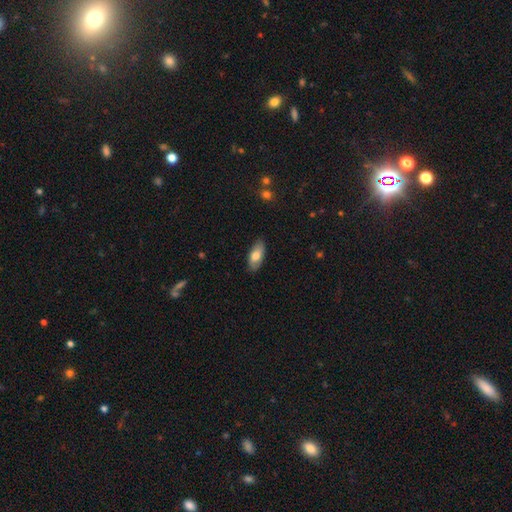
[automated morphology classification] type=smooth (74%); roundness=in between (89%); merging=none (85%).